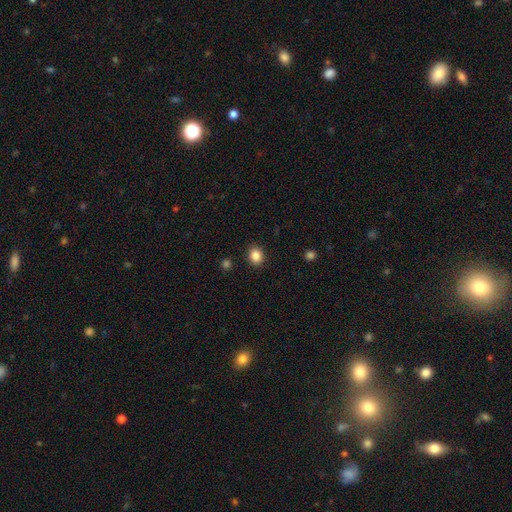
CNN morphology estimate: Overall: smooth (86%). How rounded: round (62%; in between 37%). Merging: none (90%).